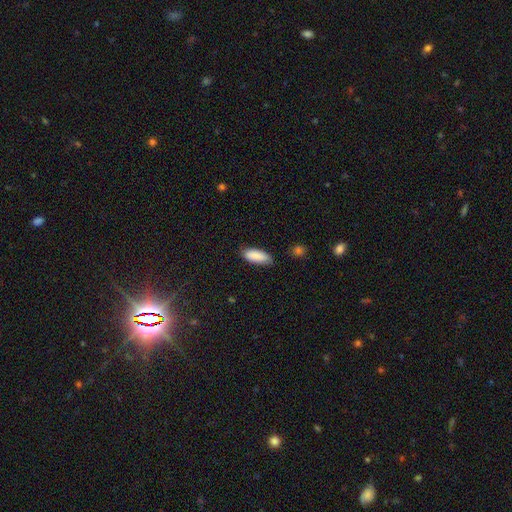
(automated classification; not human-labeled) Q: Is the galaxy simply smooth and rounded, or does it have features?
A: smooth — 89%.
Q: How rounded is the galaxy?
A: in between — 77%.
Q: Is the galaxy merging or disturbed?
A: none — 80%.